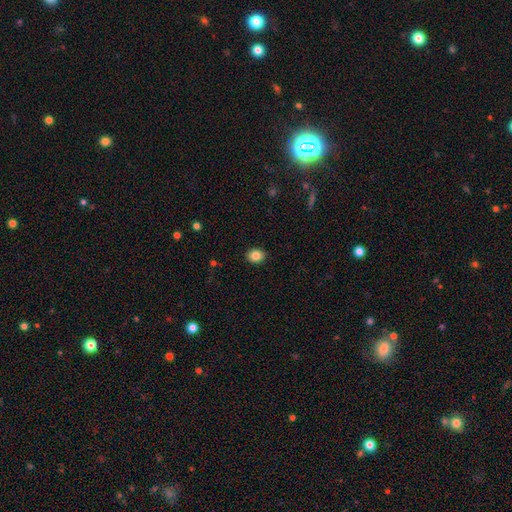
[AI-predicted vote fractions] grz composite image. It shows a smooth galaxy with no disk features (85%) that is round (55%). Merging: none (89%).